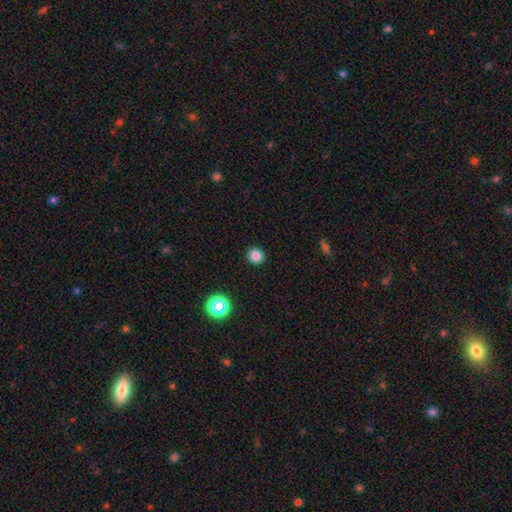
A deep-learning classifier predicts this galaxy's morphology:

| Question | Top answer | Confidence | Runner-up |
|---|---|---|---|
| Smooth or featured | smooth | 82% | star or artifact (14%) |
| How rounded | round | 91% | in between (8%) |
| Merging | none | 92% | minor disturbance (5%) |